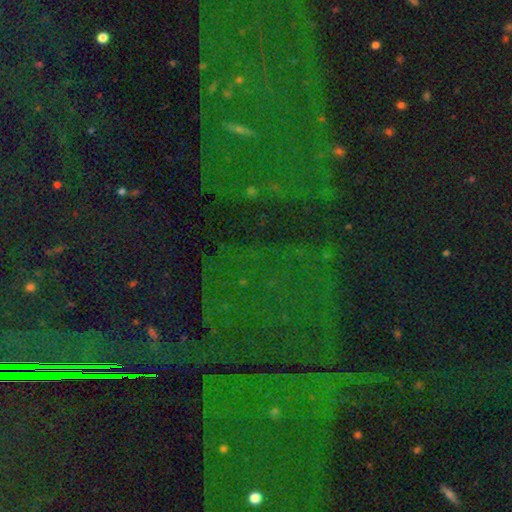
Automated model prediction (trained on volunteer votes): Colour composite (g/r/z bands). It shows a star or artifact, not a galaxy (83%).